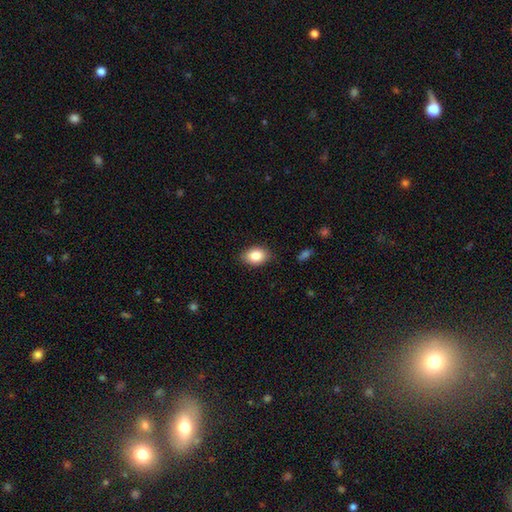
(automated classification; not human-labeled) Overall: smooth (85%). How rounded: in between (78%). Merging: none (85%).